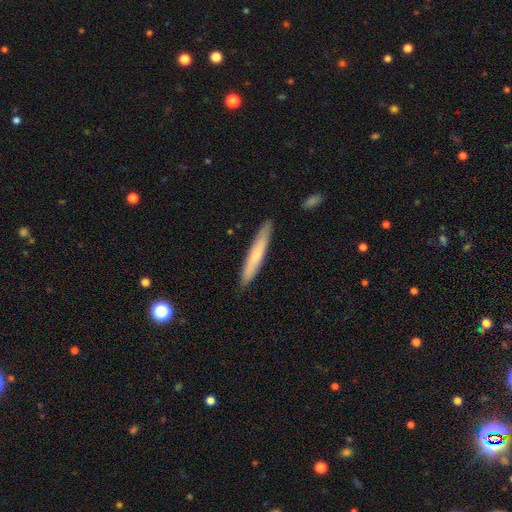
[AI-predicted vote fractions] Smooth or featured? Predicted: smooth (p=0.61). How rounded? Predicted: cigar-shaped (p=0.95). Merging? Predicted: none (p=0.89).